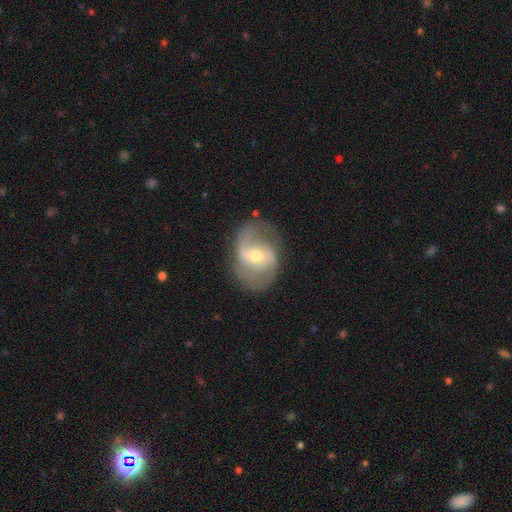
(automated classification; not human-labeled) This appears to be a featured or disk galaxy (85%) with a weak bar (48%), 2 (78%) medium (49%) spiral arms (94%) and a moderate central bulge (58%). Merging: none (71%).